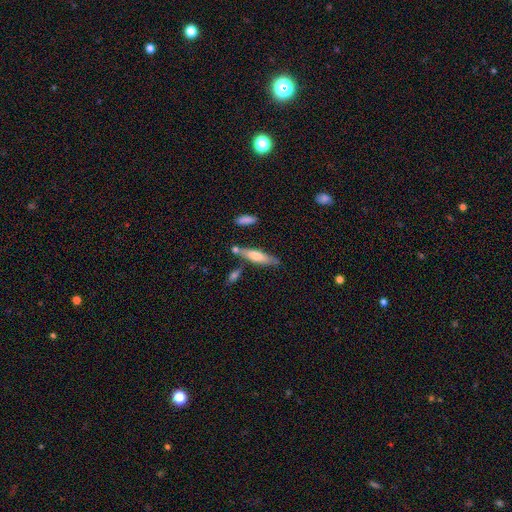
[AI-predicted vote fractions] This appears to be a smooth galaxy with no disk features (58%) that is cigar-shaped (73%). Merging: none (71%).